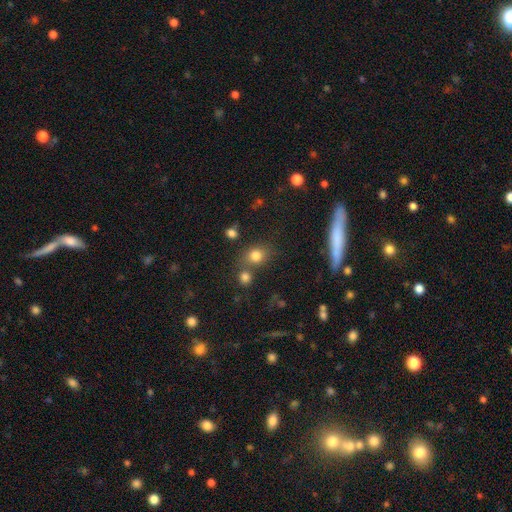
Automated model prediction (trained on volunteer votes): Smooth or featured? Predicted: smooth (p=0.78). How rounded? Predicted: round (p=0.68). Merging? Predicted: none (p=0.61).